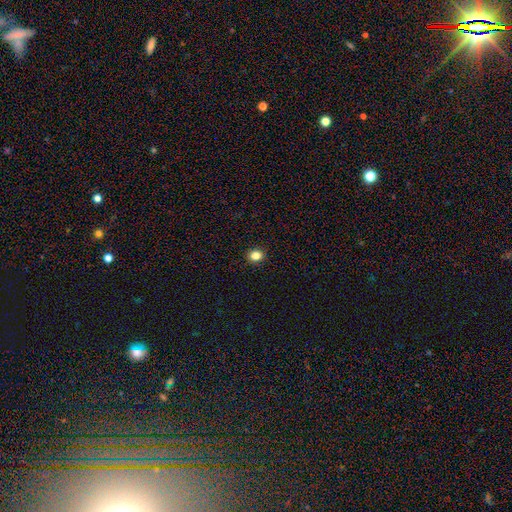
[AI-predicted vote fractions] Smooth or featured? Predicted: smooth (p=0.83). How rounded? Predicted: round (p=0.68). Merging? Predicted: none (p=0.92).